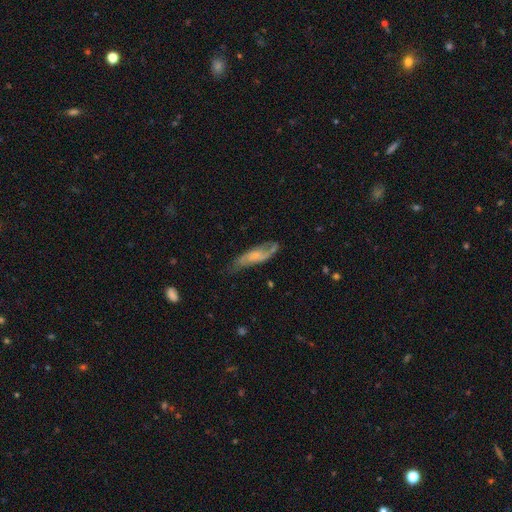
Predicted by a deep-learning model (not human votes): The model was most divided on "smooth or featured": featured or disk: 54%, smooth: 39%, star or artifact: 7%. More confident: edge-on disk — no (74%); merging — none (55%).